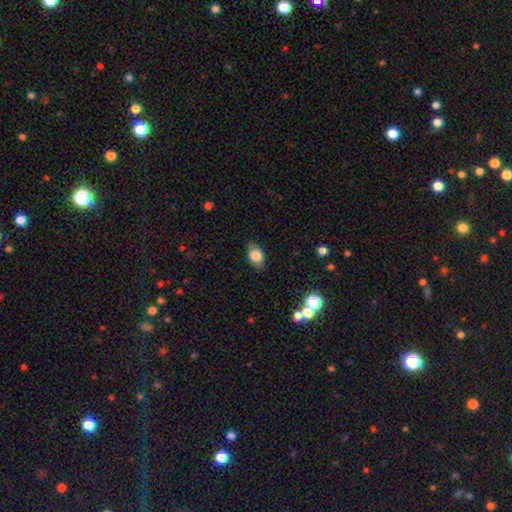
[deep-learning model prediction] This is likely a smooth galaxy (77%). How rounded: clearly in between (86%). Merging: clearly none (82%).